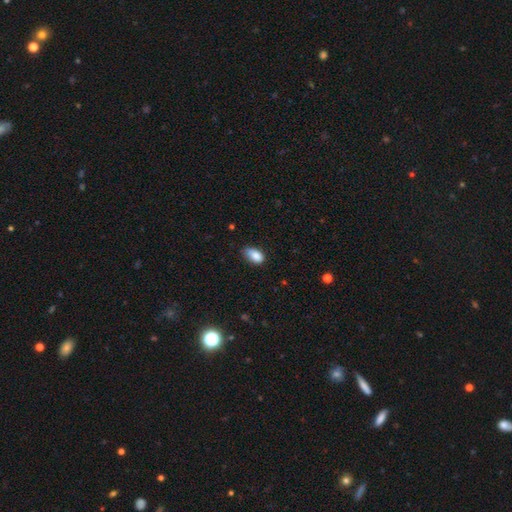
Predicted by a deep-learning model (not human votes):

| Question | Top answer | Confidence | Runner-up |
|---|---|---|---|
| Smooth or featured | smooth | 86% | star or artifact (8%) |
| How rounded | in between | 92% | round (5%) |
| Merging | none | 57% | minor disturbance (34%) |